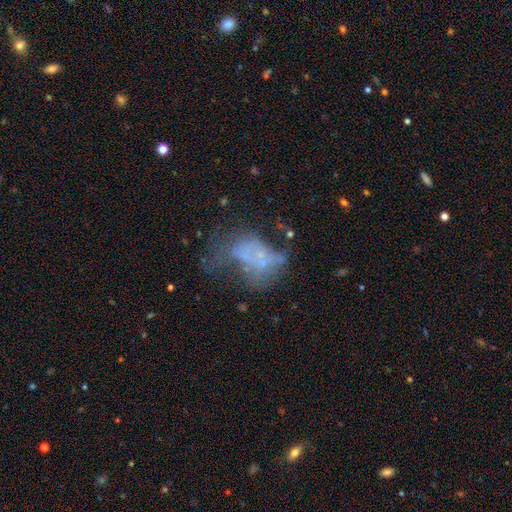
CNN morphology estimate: This appears to be a featured or disk galaxy (47%). Merging: major disturbance (40%).